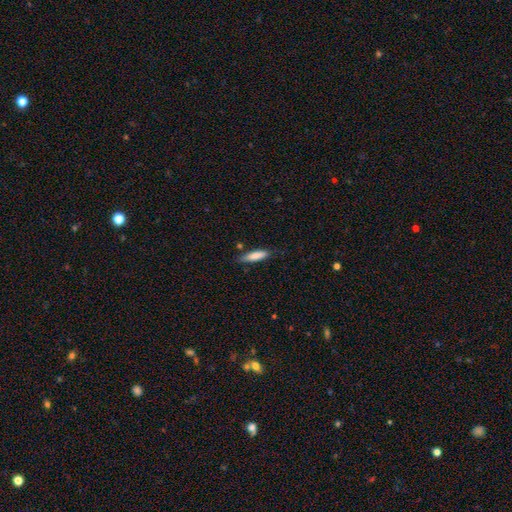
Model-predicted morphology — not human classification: smooth 82%, featured or disk 12%, star or artifact 6%. Down the decision tree: how rounded — cigar-shaped (69%); merging — none (78%).